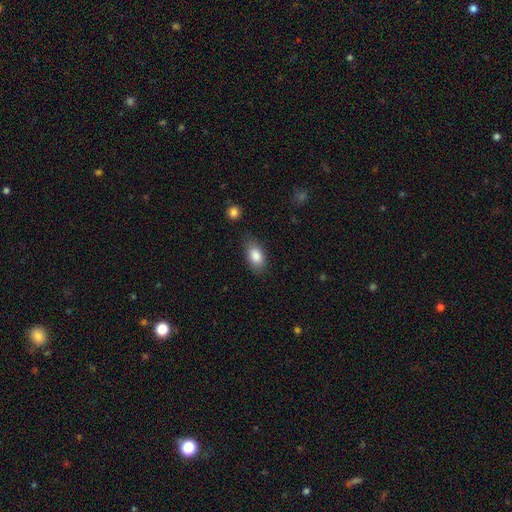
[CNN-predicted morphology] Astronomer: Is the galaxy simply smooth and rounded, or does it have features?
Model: smooth — 85%.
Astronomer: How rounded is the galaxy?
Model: in between — 91%.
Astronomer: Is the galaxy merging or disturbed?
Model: none — 79%.